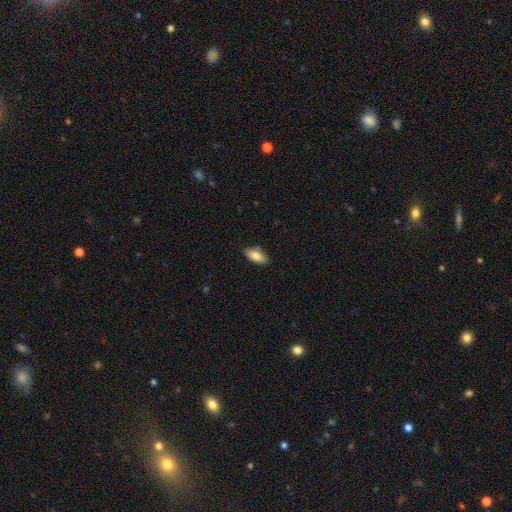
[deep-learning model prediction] This is clearly a smooth galaxy (81%). How rounded: clearly in between (89%). Merging: clearly none (83%).